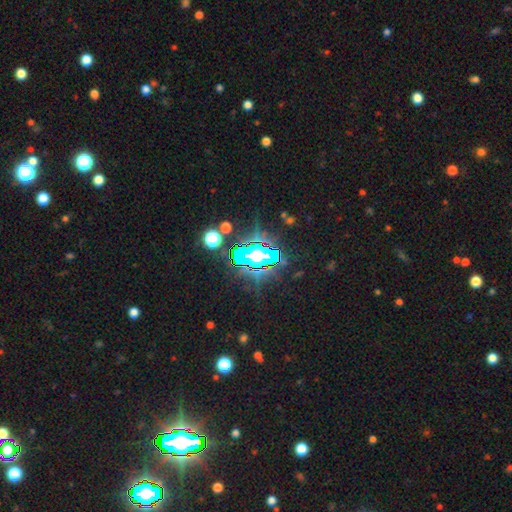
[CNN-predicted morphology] Smooth or featured?
  - star or artifact: 82% *
  - smooth: 10%
  - featured or disk: 8%